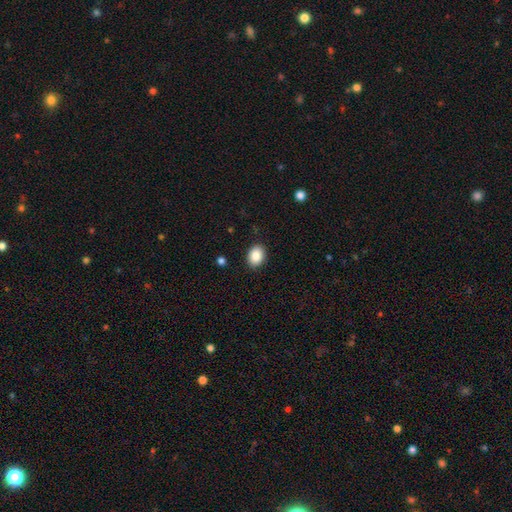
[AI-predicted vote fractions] Q: Smooth or featured?
A: smooth (88%); runner-up: star or artifact (8%)
Q: How rounded?
A: in between (69%); runner-up: round (30%)
Q: Merging?
A: none (88%); runner-up: minor disturbance (8%)